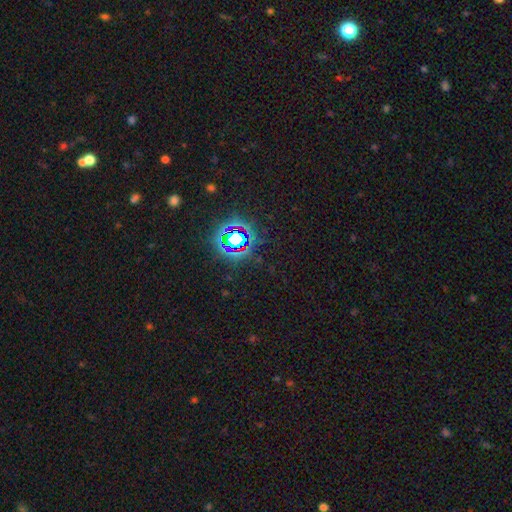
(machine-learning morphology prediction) smooth-or-featured: star or artifact: 82% | smooth: 11% | featured or disk: 7%